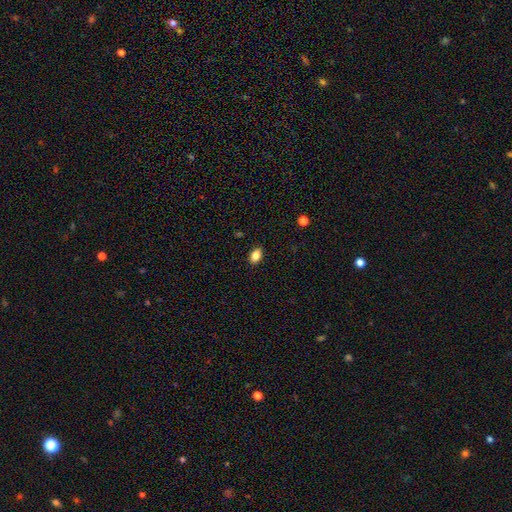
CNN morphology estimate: Overall: smooth (84%). How rounded: in between (83%). Merging: none (88%).